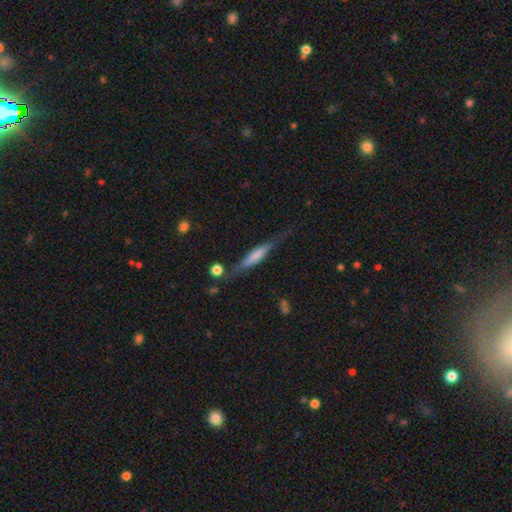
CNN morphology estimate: This is possibly a featured or disk galaxy (49%). Merging: likely none (69%).